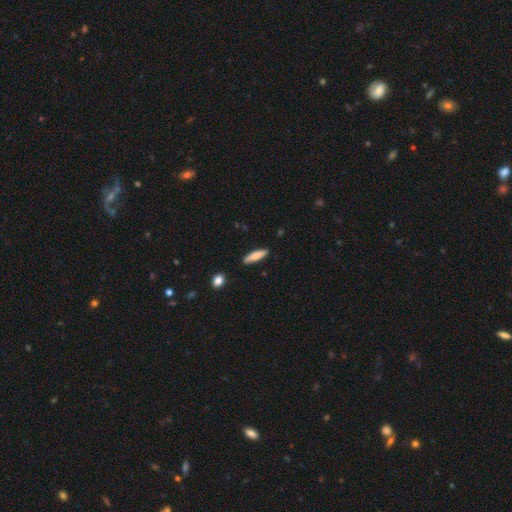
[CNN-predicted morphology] Q: Smooth or featured?
A: smooth (77%); runner-up: featured or disk (17%)
Q: How rounded?
A: cigar-shaped (72%); runner-up: in between (26%)
Q: Merging?
A: none (86%); runner-up: minor disturbance (10%)